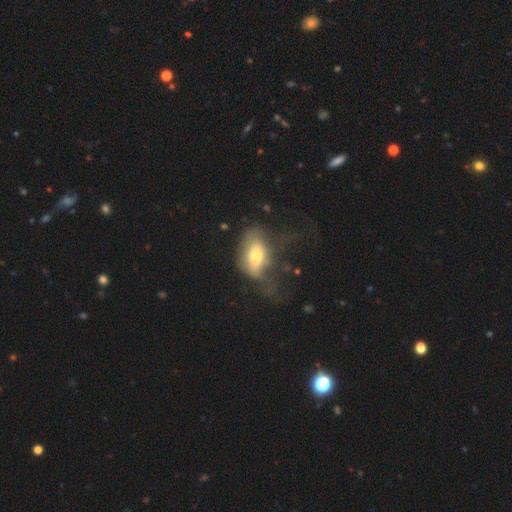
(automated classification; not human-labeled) Smooth or featured? smooth (55%)
How rounded? in between (85%)
Merging? major disturbance (44%)